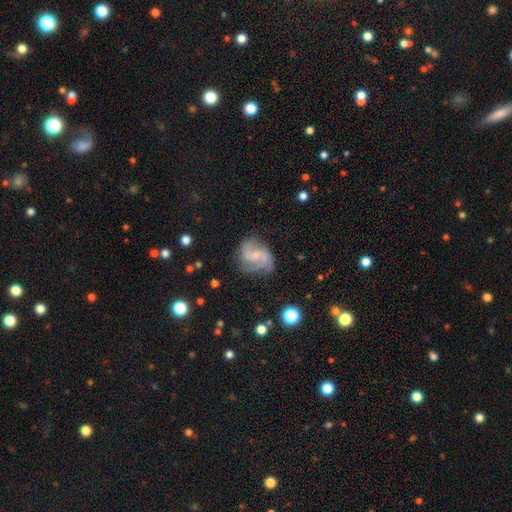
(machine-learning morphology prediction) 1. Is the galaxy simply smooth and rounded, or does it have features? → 85% featured or disk, 9% smooth, 6% star or artifact.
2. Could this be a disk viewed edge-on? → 98% no, 2% yes.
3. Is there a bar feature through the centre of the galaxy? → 49% no, 41% weak, 10% strong.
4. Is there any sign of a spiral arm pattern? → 97% yes, 3% no.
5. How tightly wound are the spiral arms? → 52% medium, 28% loose, 19% tight.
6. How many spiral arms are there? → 68% 2, 15% 3, 8% can't tell, 3% 1, 3% 4, 3% more than 4.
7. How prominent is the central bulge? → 72% small, 21% moderate, 5% none, 1% large, 1% dominant.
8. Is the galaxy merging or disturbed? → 70% none, 19% minor disturbance, 9% major disturbance, 2% merger.